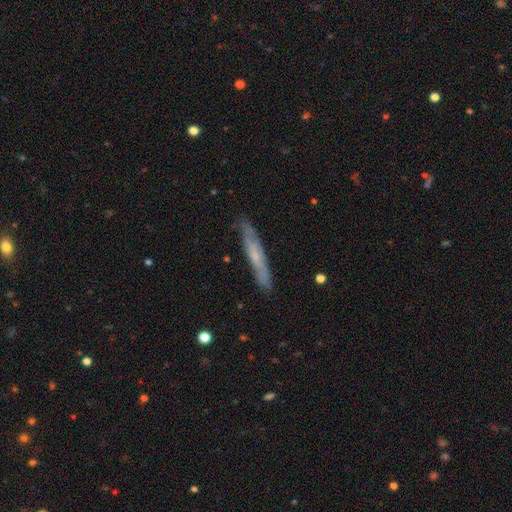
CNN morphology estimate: smooth_or_featured: featured or disk (p=0.51) [alt: smooth p=0.42]
disk_edge_on: yes (p=0.74) [alt: no p=0.26]
merging: none (p=0.82) [alt: minor disturbance p=0.14]